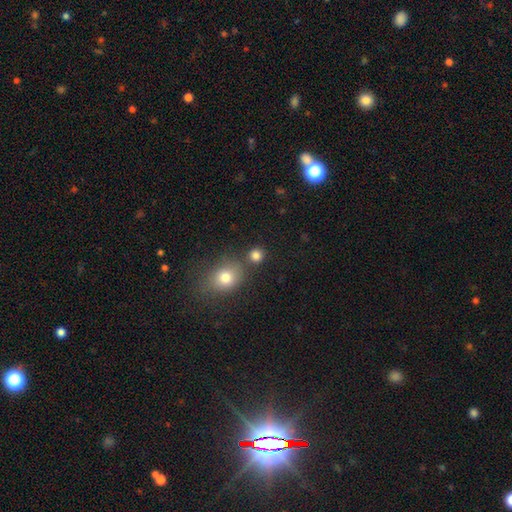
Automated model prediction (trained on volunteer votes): Smooth or featured?
  - smooth: 82% *
  - star or artifact: 13%
  - featured or disk: 5%
How rounded?
  - round: 85% *
  - in between: 14%
  - cigar-shaped: 1%
Merging?
  - none: 73% *
  - merger: 16%
  - minor disturbance: 8%
  - major disturbance: 3%